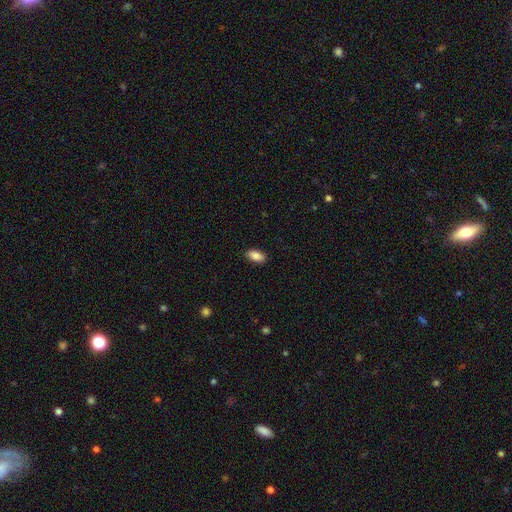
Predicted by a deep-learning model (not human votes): A smooth galaxy with no disk features (87%) that is in between round and cigar-shaped (91%).

Vote fractions:
- Smooth or featured? smooth: 87% / star or artifact: 7% / featured or disk: 6%
- How rounded? in between: 91% / cigar-shaped: 5% / round: 4%
- Merging? none: 88% / minor disturbance: 9% / major disturbance: 2% / merger: 1%